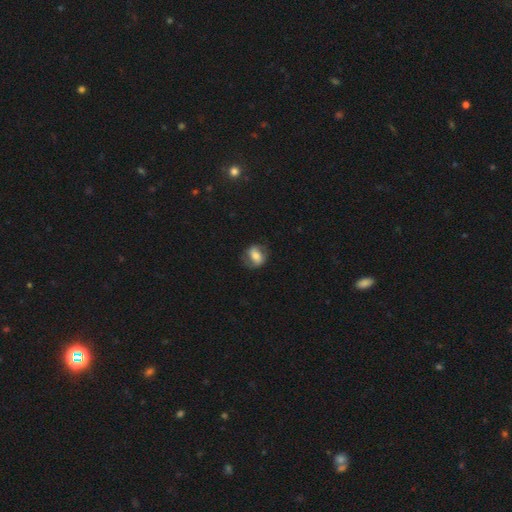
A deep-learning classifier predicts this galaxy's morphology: type=smooth (57%); roundness=in between (57%); merging=none (68%).